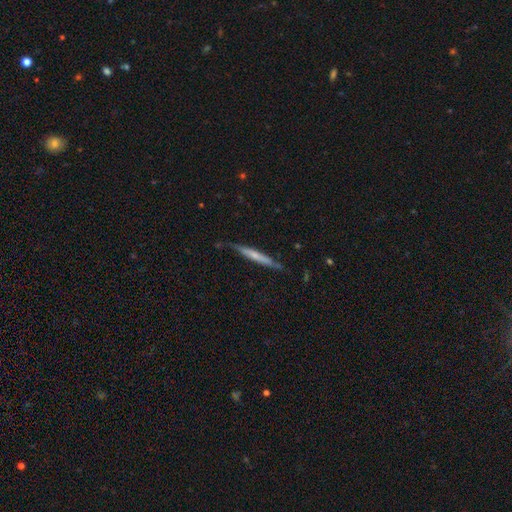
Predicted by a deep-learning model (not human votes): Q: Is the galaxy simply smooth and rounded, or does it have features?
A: smooth — 48%.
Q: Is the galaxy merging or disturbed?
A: none — 76%.